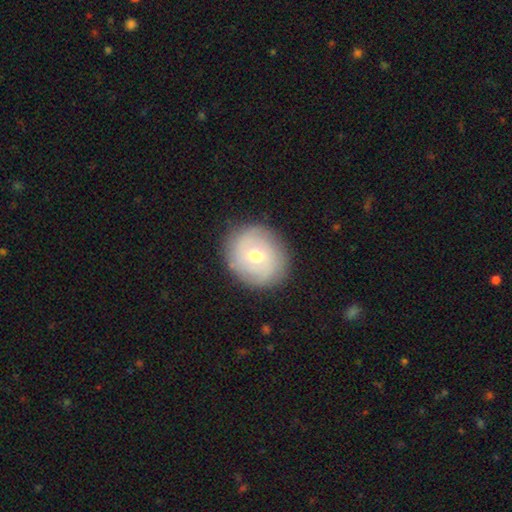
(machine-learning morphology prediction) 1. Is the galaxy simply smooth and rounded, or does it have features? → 48% featured or disk, 43% smooth, 9% star or artifact.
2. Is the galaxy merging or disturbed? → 84% none, 11% minor disturbance, 4% major disturbance, 1% merger.